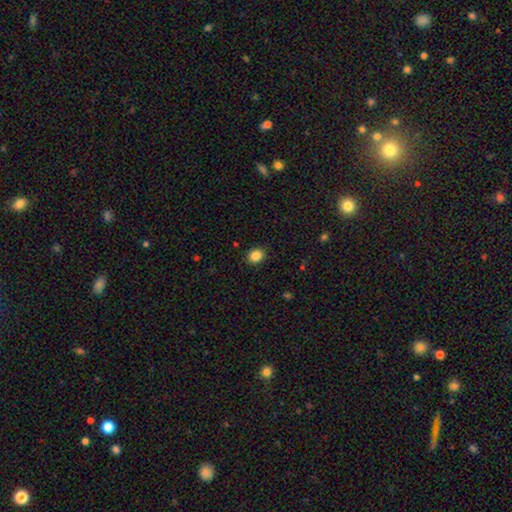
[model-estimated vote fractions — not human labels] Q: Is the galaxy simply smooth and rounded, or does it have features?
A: smooth — 86%.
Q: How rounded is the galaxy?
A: round — 63%.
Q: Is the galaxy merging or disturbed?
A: none — 90%.